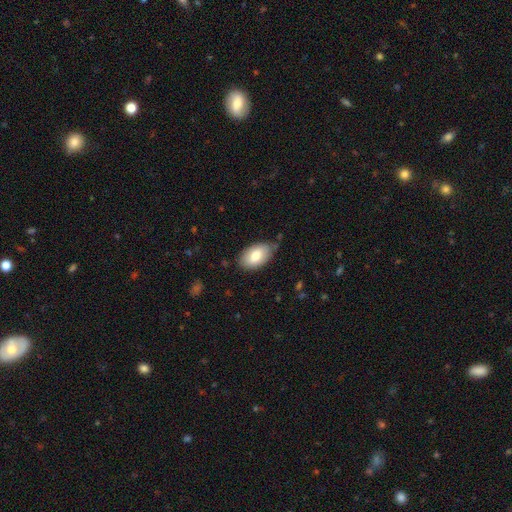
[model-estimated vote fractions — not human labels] This appears to be a smooth galaxy with no disk features (79%) that is in between round and cigar-shaped (94%). Merging: none (75%).